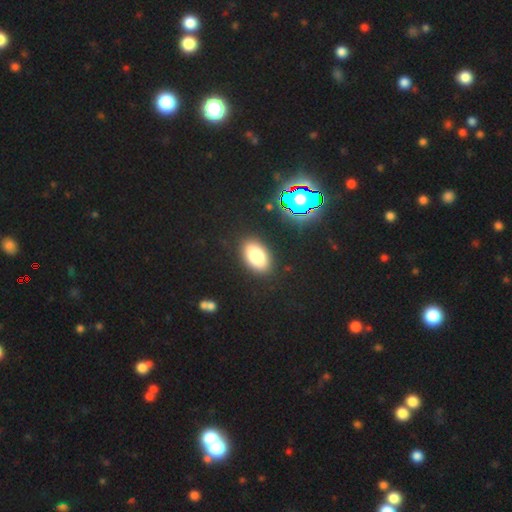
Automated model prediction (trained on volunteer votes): This is likely a smooth galaxy (80%). How rounded: clearly in between (91%). Merging: clearly none (88%).